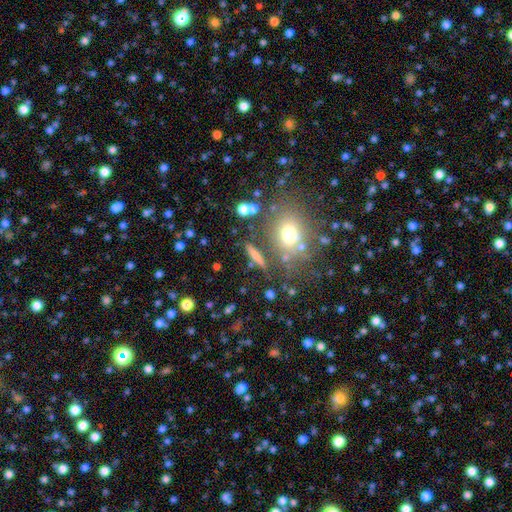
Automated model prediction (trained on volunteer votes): Smooth or featured: smooth — 50% (featured or disk — 28%)
How rounded: cigar-shaped — 38% (in between — 34%)
Merging: none — 76% (minor disturbance — 11%)